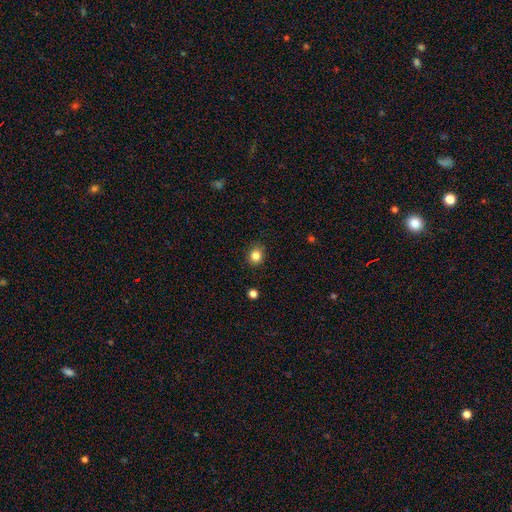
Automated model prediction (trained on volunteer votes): A smooth galaxy with no disk features (84%) that is round (80%). Merging: none (89%).